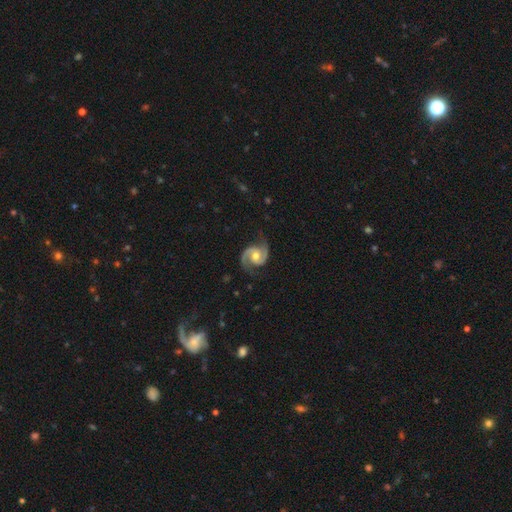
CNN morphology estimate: This is clearly a featured or disk galaxy (93%). It is clearly not viewed edge-on (98%). Bar: possibly no (55%). Spiral arm pattern: clearly yes (98%). Spiral arm count: clearly 2 (94%). Spiral winding: likely medium (61%). Central bulge: likely moderate (72%). Merging: clearly none (81%).